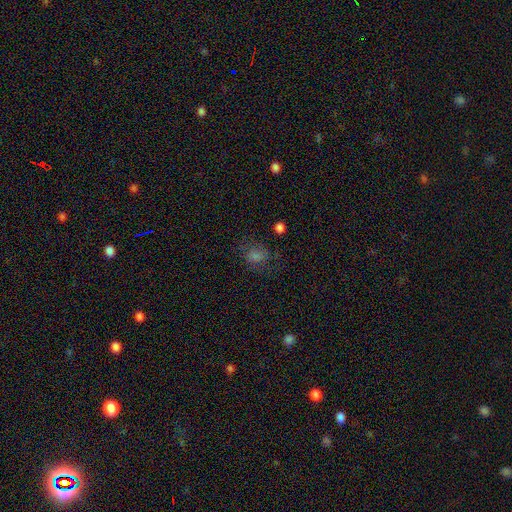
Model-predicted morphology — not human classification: A smooth galaxy with no disk features (52%) that is round (52%). Merging: none (66%).